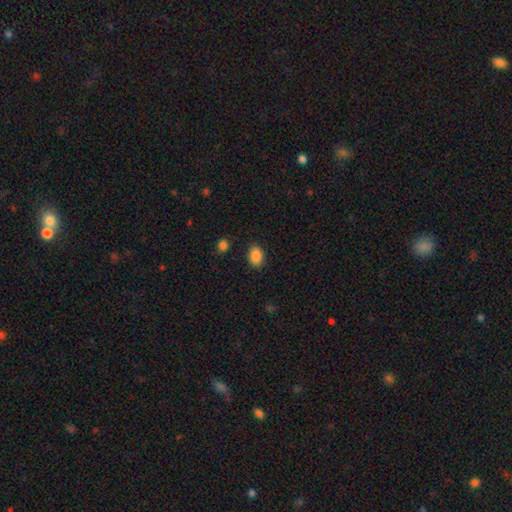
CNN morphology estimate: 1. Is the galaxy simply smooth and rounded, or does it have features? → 88% smooth, 8% star or artifact, 4% featured or disk.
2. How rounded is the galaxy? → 81% in between, 17% round, 1% cigar-shaped.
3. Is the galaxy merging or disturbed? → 86% none, 10% minor disturbance, 3% major disturbance, 2% merger.